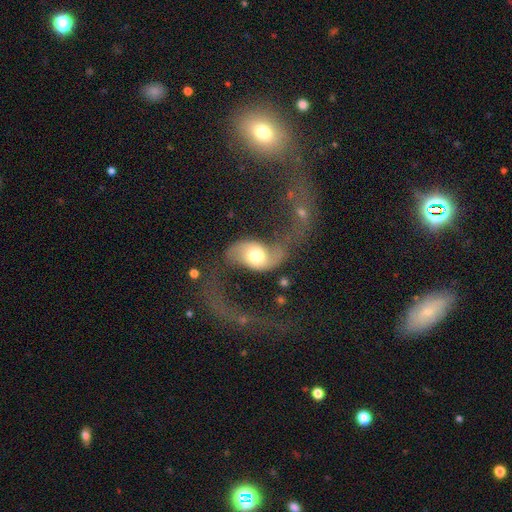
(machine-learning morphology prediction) Smooth or featured: featured or disk — 69% (smooth — 24%)
Edge-on disk: no — 96% (yes — 4%)
Bar: no — 64% (weak — 25%)
Spiral arms: yes — 85% (no — 15%)
Spiral winding: loose — 83% (medium — 13%)
Spiral arm count: 2 — 90% (1 — 4%)
Bulge size: moderate — 65% (large — 18%)
Merging: major disturbance — 40% (none — 32%)